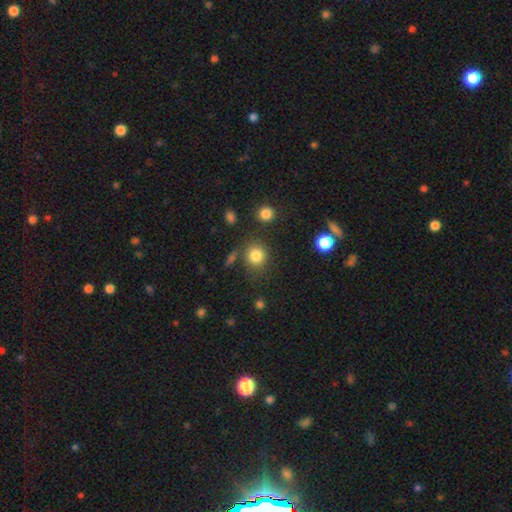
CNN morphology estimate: Q: Smooth or featured?
A: smooth (83%); runner-up: star or artifact (12%)
Q: How rounded?
A: round (85%); runner-up: in between (14%)
Q: Merging?
A: none (77%); runner-up: minor disturbance (11%)